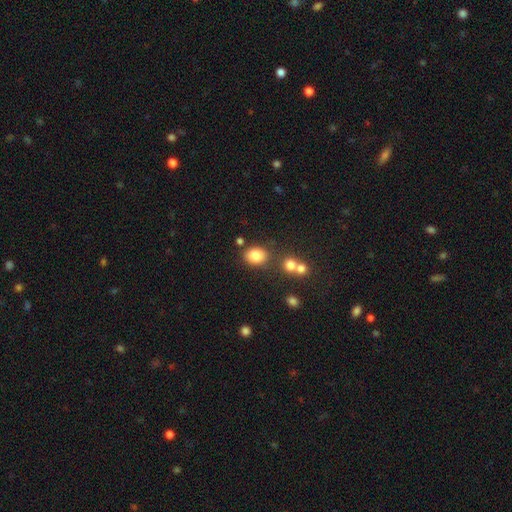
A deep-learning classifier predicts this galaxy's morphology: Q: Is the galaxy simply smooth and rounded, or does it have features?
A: smooth — 83%.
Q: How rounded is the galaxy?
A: in between — 63%.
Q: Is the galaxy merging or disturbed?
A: none — 72%.